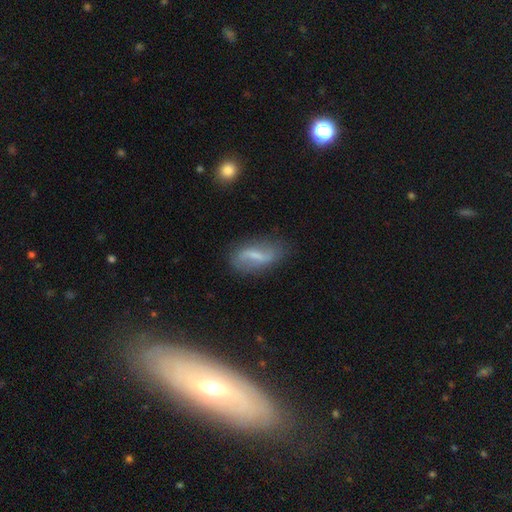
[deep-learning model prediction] Smooth or featured? featured or disk (58%)
Edge-on disk? no (91%)
Bar? weak (43%)
Spiral arms? yes (75%)
Bulge size? small (43%)
Merging? none (72%)